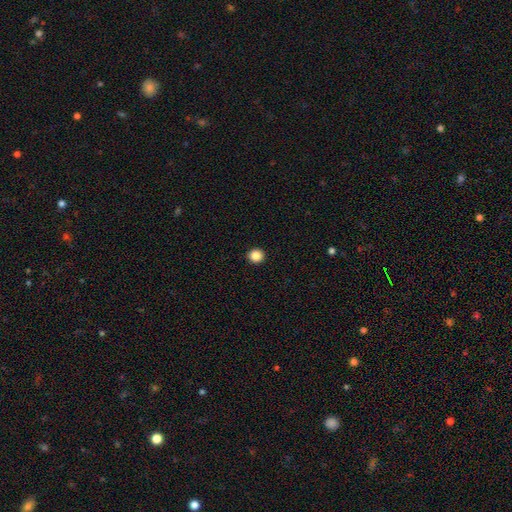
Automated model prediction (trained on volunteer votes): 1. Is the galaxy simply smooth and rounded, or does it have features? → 86% smooth, 10% star or artifact, 4% featured or disk.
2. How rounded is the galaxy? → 90% round, 10% in between, 1% cigar-shaped.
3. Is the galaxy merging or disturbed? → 93% none, 4% minor disturbance, 1% major disturbance, 1% merger.